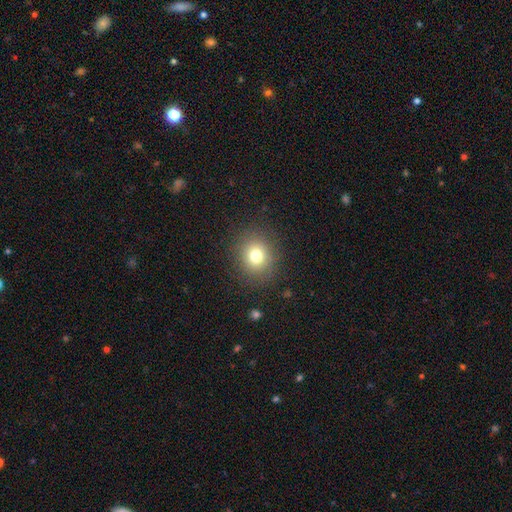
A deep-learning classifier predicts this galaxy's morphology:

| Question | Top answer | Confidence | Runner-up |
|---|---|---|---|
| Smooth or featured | smooth | 76% | star or artifact (14%) |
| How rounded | round | 77% | in between (22%) |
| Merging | none | 87% | minor disturbance (8%) |